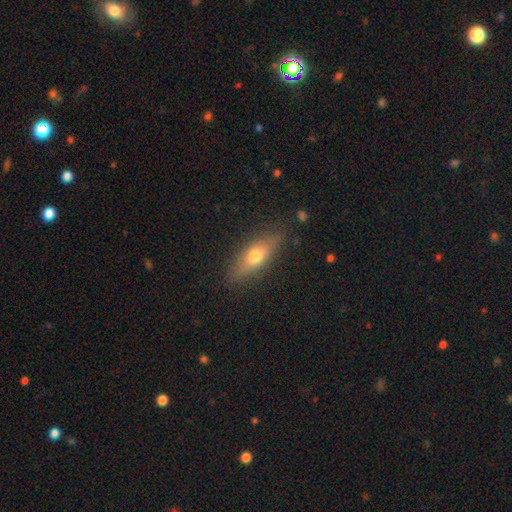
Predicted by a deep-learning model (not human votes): smooth_or_featured: smooth (p=0.61) [alt: featured or disk p=0.32]
how_rounded: in between (p=0.52) [alt: cigar-shaped p=0.45]
merging: none (p=0.84) [alt: minor disturbance p=0.12]